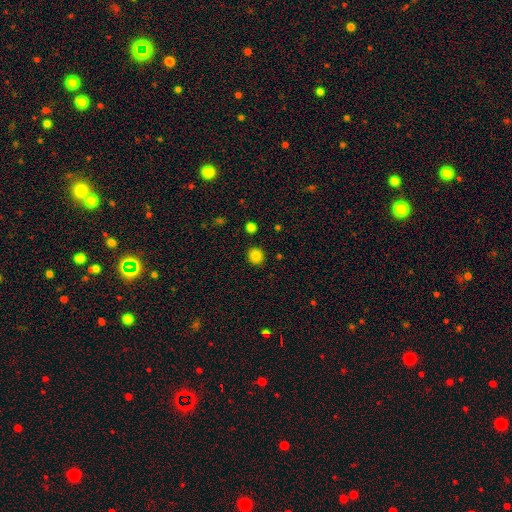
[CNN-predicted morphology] The model was most divided on "smooth or featured": smooth: 85%, star or artifact: 12%, featured or disk: 3%. More confident: merging — none (89%); how rounded — round (87%).